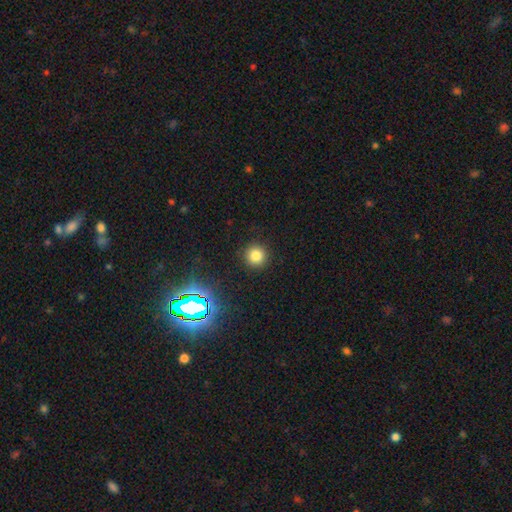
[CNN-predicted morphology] Smooth or featured? smooth (79%)
How rounded? round (94%)
Merging? none (91%)